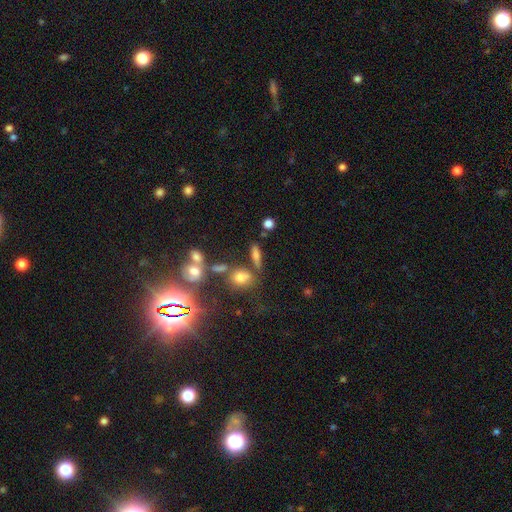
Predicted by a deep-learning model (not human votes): smooth 49%, star or artifact 31%, featured or disk 20%. Down the decision tree: merging — none (68%).